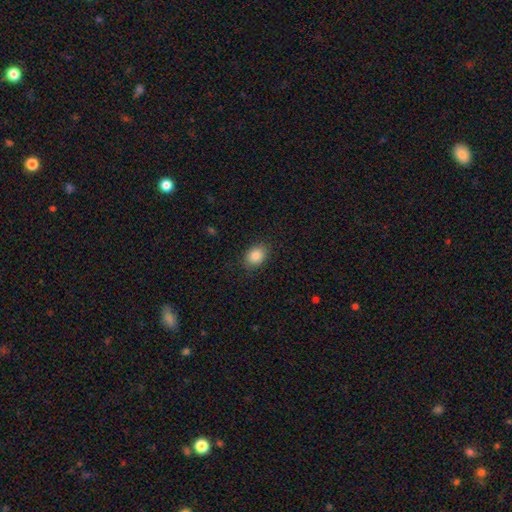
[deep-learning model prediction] This appears to be a smooth galaxy with no disk features (86%) that is in between round and cigar-shaped (64%). Merging: none (86%).